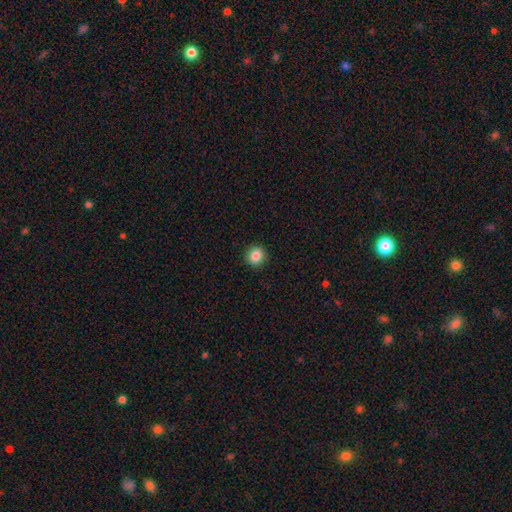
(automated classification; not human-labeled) This appears to be a smooth galaxy with no disk features (85%) that is round (87%). Merging: none (92%).